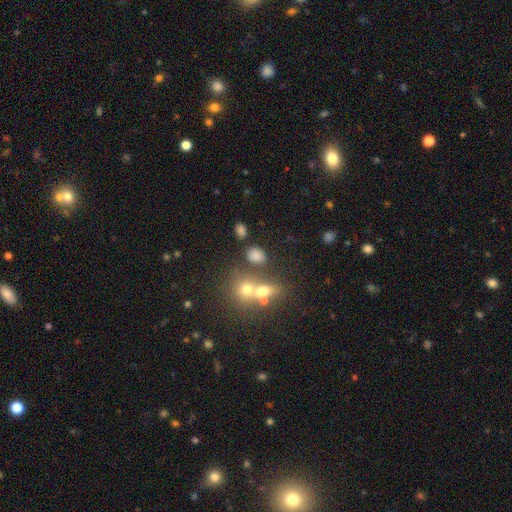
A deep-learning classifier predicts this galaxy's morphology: Smooth or featured?
  - smooth: 75% *
  - star or artifact: 16%
  - featured or disk: 9%
How rounded?
  - in between: 60% *
  - round: 37%
  - cigar-shaped: 2%
Merging?
  - none: 62% *
  - merger: 19%
  - minor disturbance: 13%
  - major disturbance: 7%